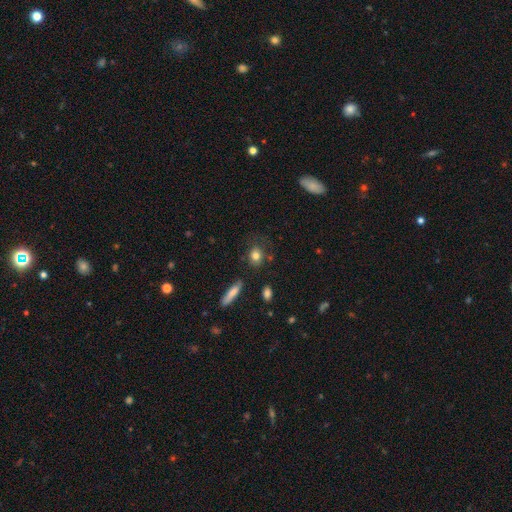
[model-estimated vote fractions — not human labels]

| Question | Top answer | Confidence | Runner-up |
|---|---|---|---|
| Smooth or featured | smooth | 80% | featured or disk (11%) |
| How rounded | round | 52% | in between (44%) |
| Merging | none | 70% | minor disturbance (18%) |